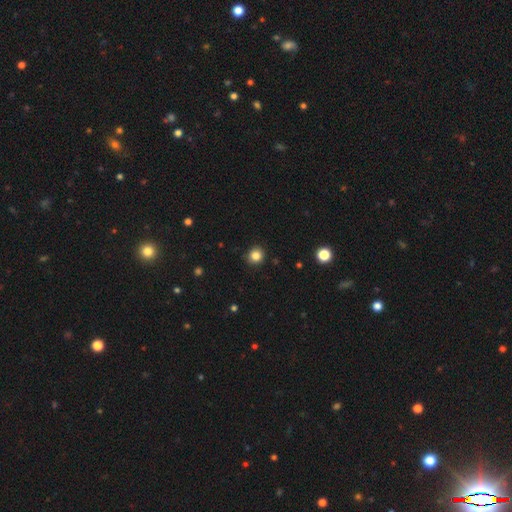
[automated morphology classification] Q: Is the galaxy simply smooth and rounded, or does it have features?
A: smooth — 84%.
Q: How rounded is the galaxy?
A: round — 91%.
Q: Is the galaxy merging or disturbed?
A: none — 89%.